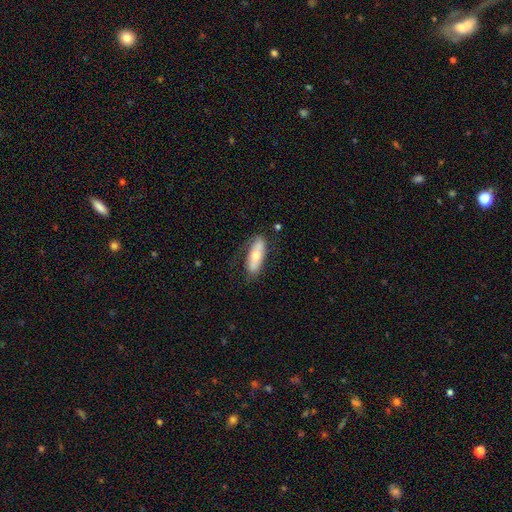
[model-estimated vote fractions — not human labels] Q: Smooth or featured?
A: smooth (57%); runner-up: featured or disk (37%)
Q: How rounded?
A: in between (61%); runner-up: cigar-shaped (37%)
Q: Merging?
A: none (74%); runner-up: minor disturbance (19%)